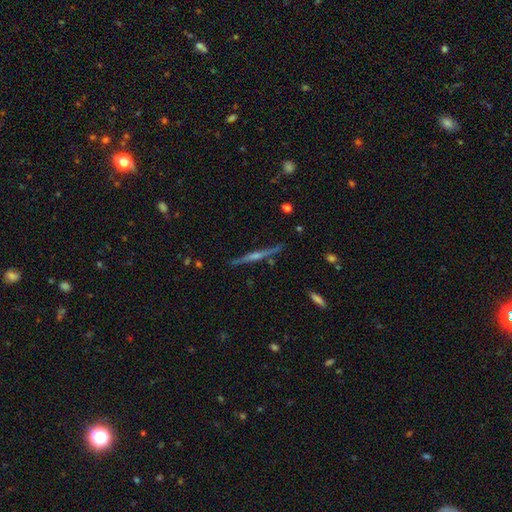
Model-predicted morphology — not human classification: smooth_or_featured: featured or disk (p=0.63) [alt: smooth p=0.20]
disk_edge_on: yes (p=0.91) [alt: no p=0.09]
edge_on_bulge: rounded (p=0.74) [alt: none p=0.17]
merging: none (p=0.82) [alt: minor disturbance p=0.11]